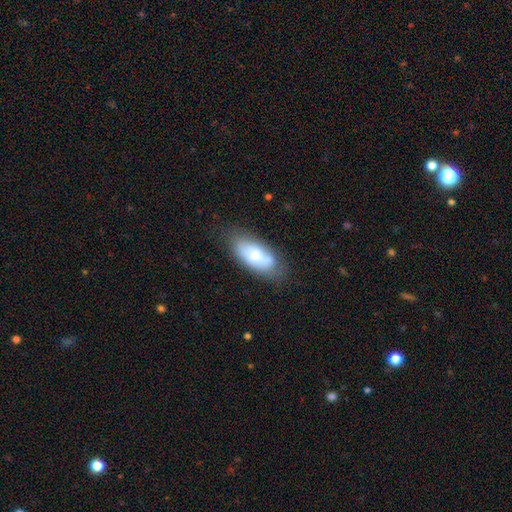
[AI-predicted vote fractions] Q: Smooth or featured?
A: smooth (66%); runner-up: featured or disk (26%)
Q: How rounded?
A: in between (87%); runner-up: cigar-shaped (10%)
Q: Merging?
A: none (66%); runner-up: minor disturbance (23%)